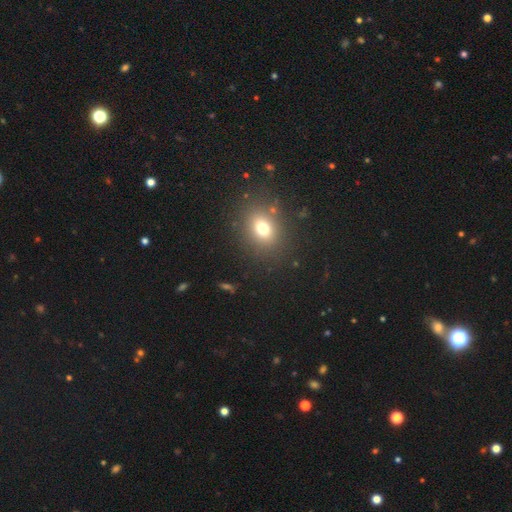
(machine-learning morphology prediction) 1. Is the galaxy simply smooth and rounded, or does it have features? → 63% smooth, 29% star or artifact, 8% featured or disk.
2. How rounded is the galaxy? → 55% round, 43% in between, 2% cigar-shaped.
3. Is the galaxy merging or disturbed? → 87% none, 8% minor disturbance, 3% major disturbance, 2% merger.